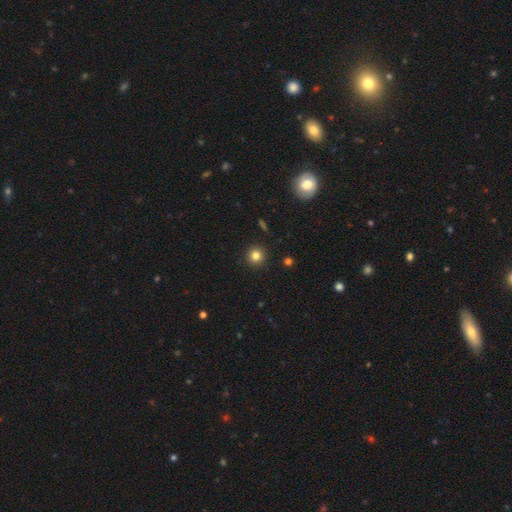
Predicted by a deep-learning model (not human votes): Smooth or featured? Predicted: smooth (p=0.82). How rounded? Predicted: round (p=0.94). Merging? Predicted: none (p=0.92).